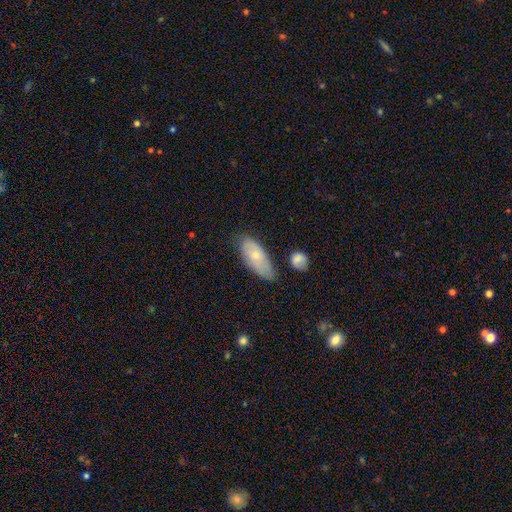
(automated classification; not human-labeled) smooth 66%, featured or disk 27%, star or artifact 7%. Down the decision tree: how rounded — in between (85%); merging — none (62%).